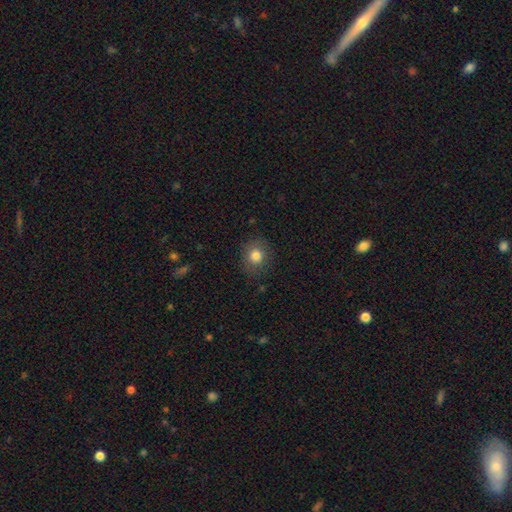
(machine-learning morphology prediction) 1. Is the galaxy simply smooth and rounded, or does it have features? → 81% smooth, 11% star or artifact, 7% featured or disk.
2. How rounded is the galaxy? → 78% round, 21% in between, 1% cigar-shaped.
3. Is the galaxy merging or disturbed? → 85% none, 11% minor disturbance, 3% major disturbance, 1% merger.